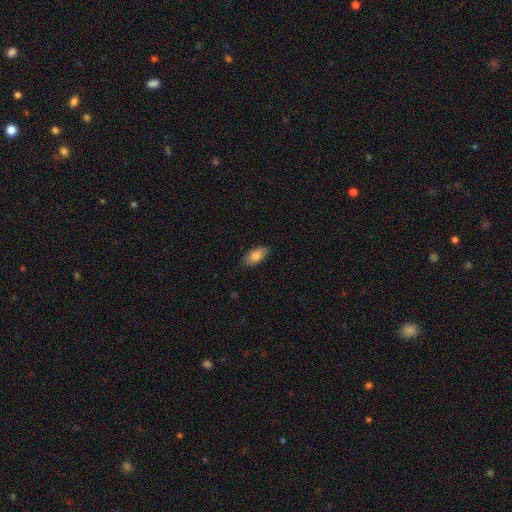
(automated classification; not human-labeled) smooth 82%, featured or disk 11%, star or artifact 7%. Down the decision tree: how rounded — in between (90%); merging — none (86%).